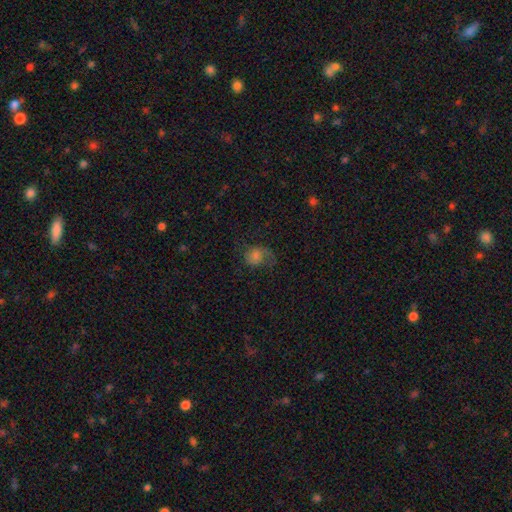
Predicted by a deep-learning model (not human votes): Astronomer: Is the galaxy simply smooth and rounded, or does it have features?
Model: smooth — 58%.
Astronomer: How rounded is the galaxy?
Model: round — 57% (runner-up: in between, 42%).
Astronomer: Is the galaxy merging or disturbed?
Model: none — 46% (runner-up: major disturbance, 27%).